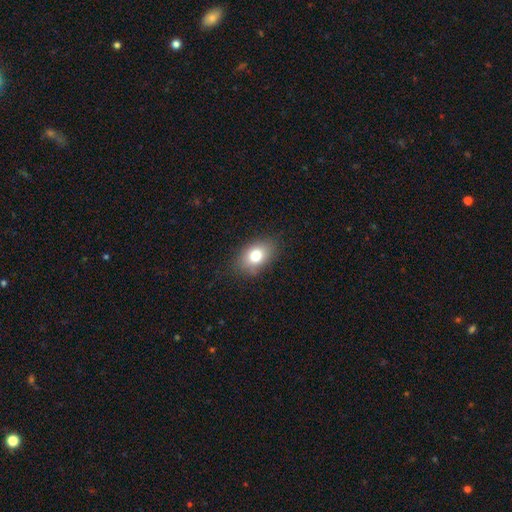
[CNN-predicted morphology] Q: Smooth or featured?
A: smooth (77%); runner-up: featured or disk (13%)
Q: How rounded?
A: in between (80%); runner-up: round (18%)
Q: Merging?
A: none (82%); runner-up: minor disturbance (14%)